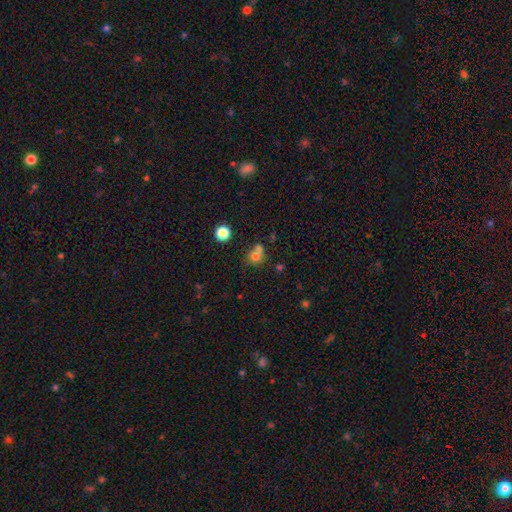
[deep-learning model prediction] The model was most divided on "merging": none: 42%, merger: 39%, minor disturbance: 12%, major disturbance: 7%. More confident: how rounded — round (75%); smooth or featured — smooth (74%).